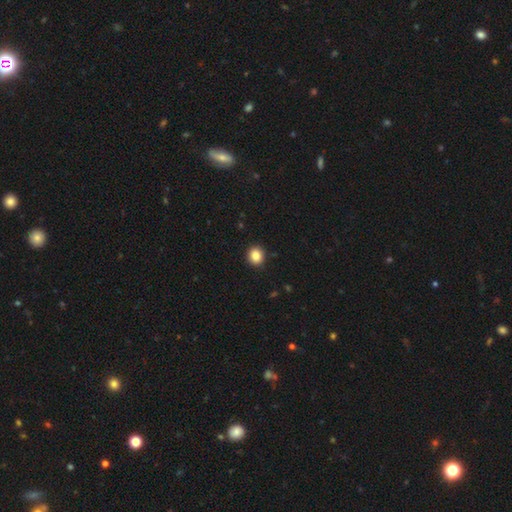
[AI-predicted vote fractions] This appears to be a smooth galaxy with no disk features (86%) that is round (83%). Merging: none (92%).